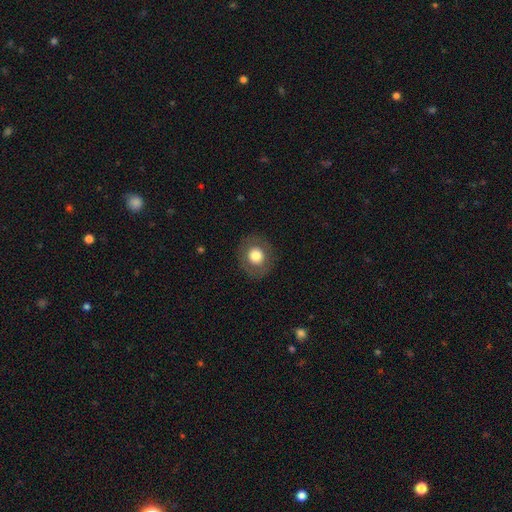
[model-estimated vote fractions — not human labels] This is likely a smooth galaxy (73%). How rounded: clearly round (83%). Merging: clearly none (86%).